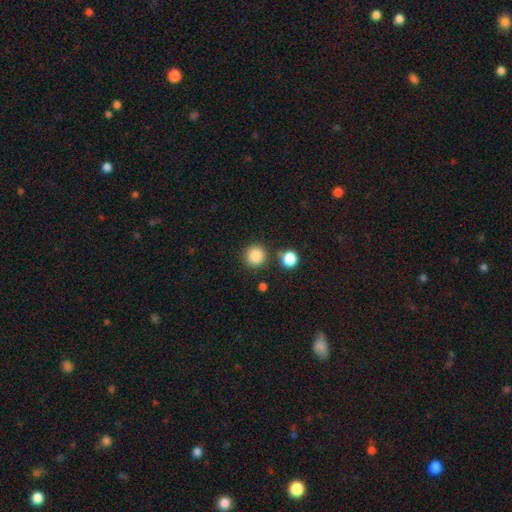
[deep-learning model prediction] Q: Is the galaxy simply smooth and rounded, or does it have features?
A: smooth — 86%.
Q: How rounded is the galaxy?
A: round — 93%.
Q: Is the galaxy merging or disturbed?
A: none — 84%.